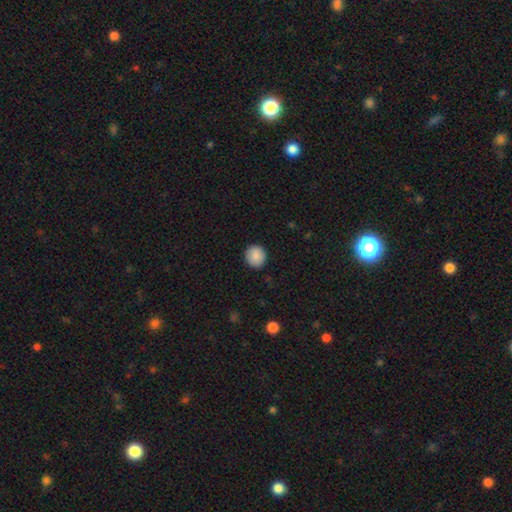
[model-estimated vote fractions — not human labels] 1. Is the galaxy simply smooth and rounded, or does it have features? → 88% smooth, 8% star or artifact, 4% featured or disk.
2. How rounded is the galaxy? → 91% round, 8% in between, 1% cigar-shaped.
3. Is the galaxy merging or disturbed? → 91% none, 6% minor disturbance, 2% major disturbance, 1% merger.